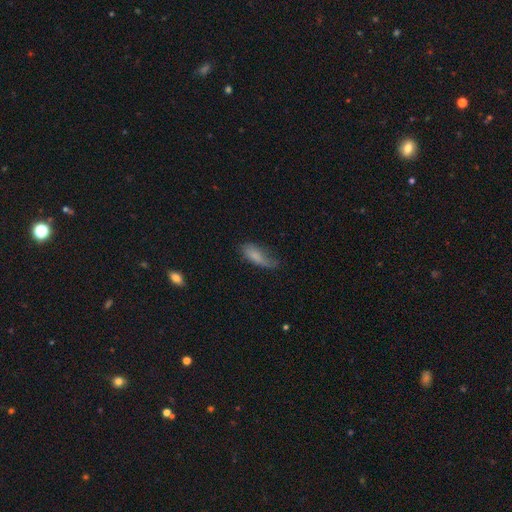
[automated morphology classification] A smooth galaxy with no disk features (74%) that is in between round and cigar-shaped (72%). Merging: none (39%).